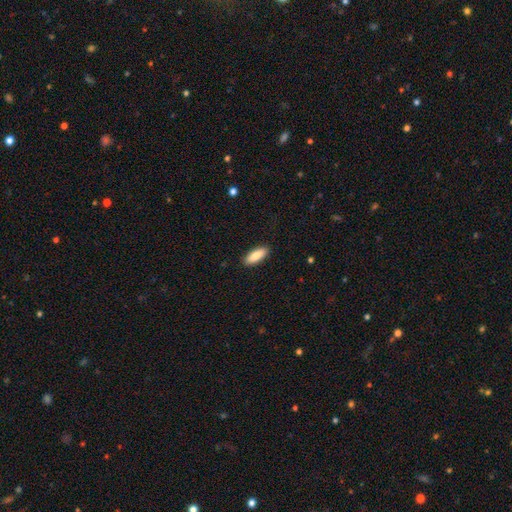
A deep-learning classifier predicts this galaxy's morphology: Smooth or featured? smooth (86%)
How rounded? in between (66%)
Merging? none (90%)